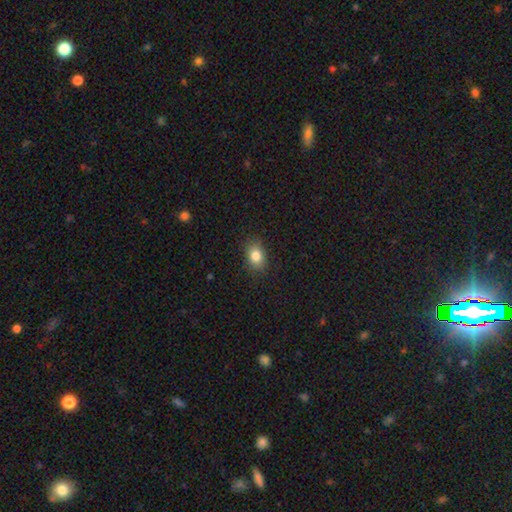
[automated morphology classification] A smooth galaxy with no disk features (83%) that is in between round and cigar-shaped (75%).

Vote fractions:
- Smooth or featured? smooth: 83% / star or artifact: 9% / featured or disk: 8%
- How rounded? in between: 75% / round: 24% / cigar-shaped: 1%
- Merging? none: 85% / minor disturbance: 11% / major disturbance: 3% / merger: 1%